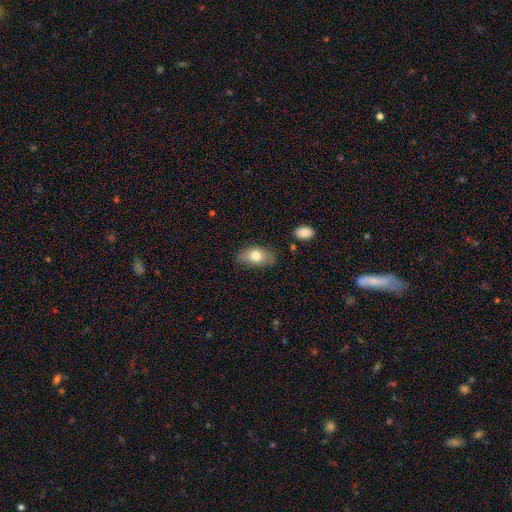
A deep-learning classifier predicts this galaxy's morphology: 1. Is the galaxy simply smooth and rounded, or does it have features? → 77% smooth, 16% featured or disk, 8% star or artifact.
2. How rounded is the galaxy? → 88% in between, 9% round, 3% cigar-shaped.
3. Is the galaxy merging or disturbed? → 78% none, 16% minor disturbance, 4% major disturbance, 2% merger.